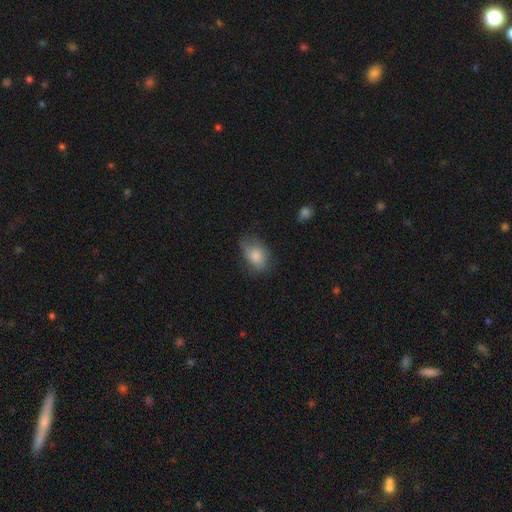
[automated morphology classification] Smooth or featured? smooth (77%)
How rounded? in between (82%)
Merging? none (58%)